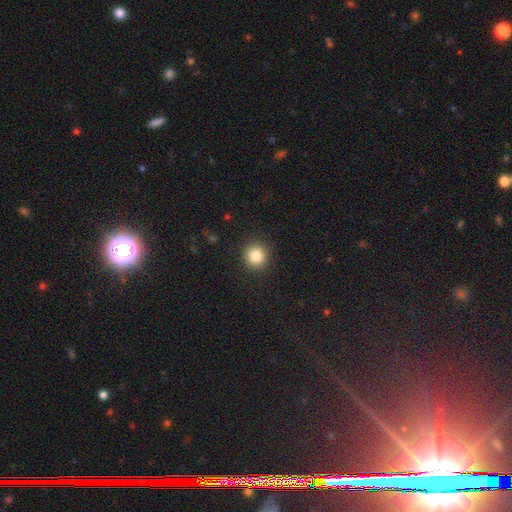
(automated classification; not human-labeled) smooth-or-featured: smooth: 85% | star or artifact: 10% | featured or disk: 5%
  how-rounded: round: 90% | in between: 9% | cigar-shaped: 1%
  merging: none: 91% | minor disturbance: 6% | major disturbance: 2% | merger: 1%